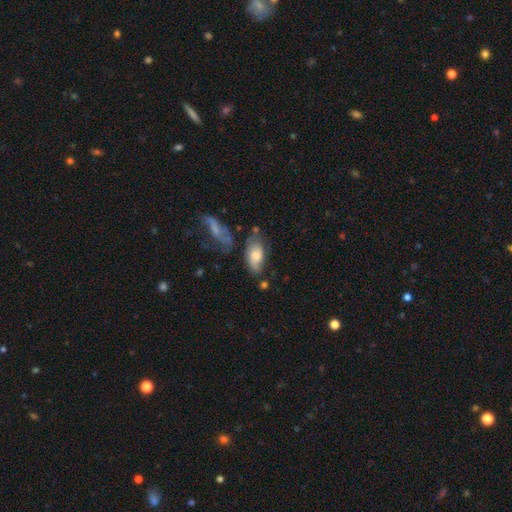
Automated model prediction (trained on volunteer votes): A smooth galaxy with no disk features (61%) that is in between round and cigar-shaped (89%).

Vote fractions:
- Smooth or featured? smooth: 61% / featured or disk: 32% / star or artifact: 7%
- How rounded? in between: 89% / cigar-shaped: 7% / round: 4%
- Merging? none: 46% / minor disturbance: 29% / major disturbance: 15% / merger: 10%